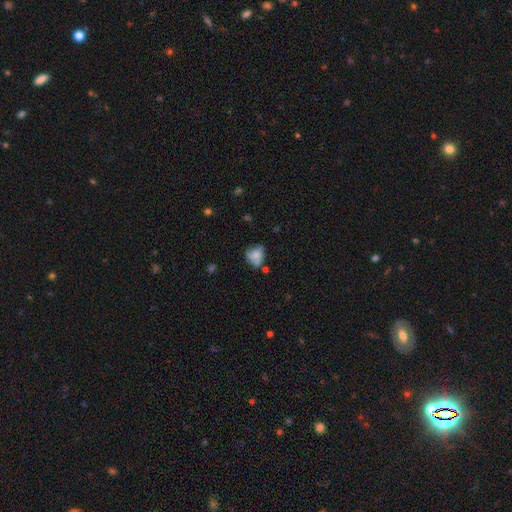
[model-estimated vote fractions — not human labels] smooth_or_featured: smooth (p=0.56) [alt: featured or disk p=0.34]
how_rounded: round (p=0.51) [alt: in between p=0.47]
merging: none (p=0.42) [alt: minor disturbance p=0.31]